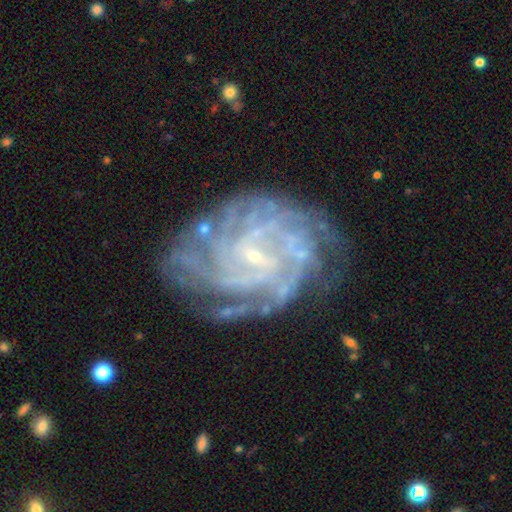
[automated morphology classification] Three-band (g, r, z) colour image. It shows a featured or disk galaxy (90%) with a weak bar (45%), tight (73%) spiral arms (97%) and a small central bulge (84%). Merging: none (71%).